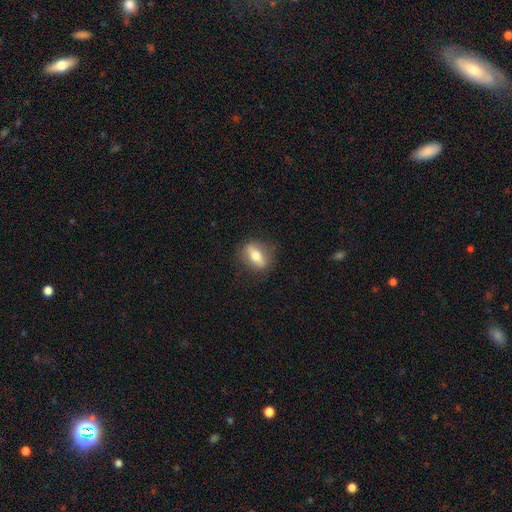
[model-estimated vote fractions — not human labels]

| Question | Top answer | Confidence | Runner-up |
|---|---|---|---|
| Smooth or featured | smooth | 49% | featured or disk (43%) |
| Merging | none | 84% | minor disturbance (11%) |